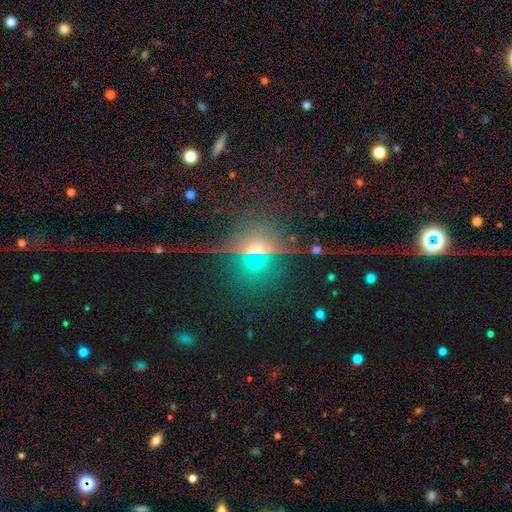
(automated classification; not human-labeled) A star or artifact, not a galaxy (40%).